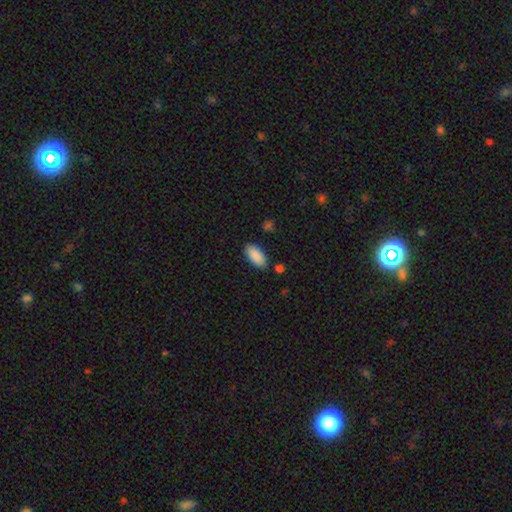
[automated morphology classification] Smooth or featured?
  - smooth: 90% *
  - star or artifact: 6%
  - featured or disk: 4%
How rounded?
  - in between: 93% *
  - cigar-shaped: 5%
  - round: 2%
Merging?
  - none: 84% *
  - minor disturbance: 11%
  - merger: 3%
  - major disturbance: 3%